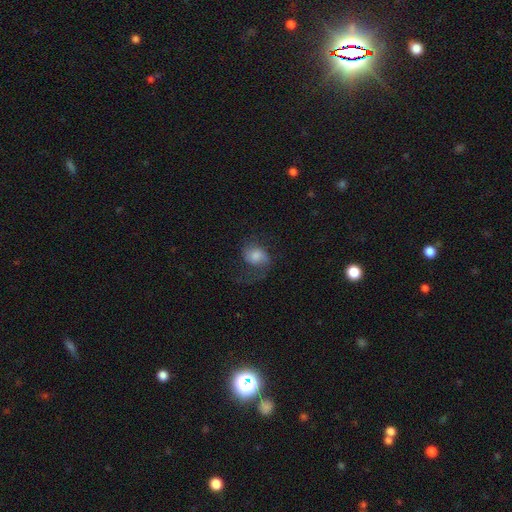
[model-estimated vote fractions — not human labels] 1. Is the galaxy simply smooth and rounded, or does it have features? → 49% featured or disk, 41% smooth, 11% star or artifact.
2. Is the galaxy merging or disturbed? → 48% none, 30% major disturbance, 20% minor disturbance, 2% merger.